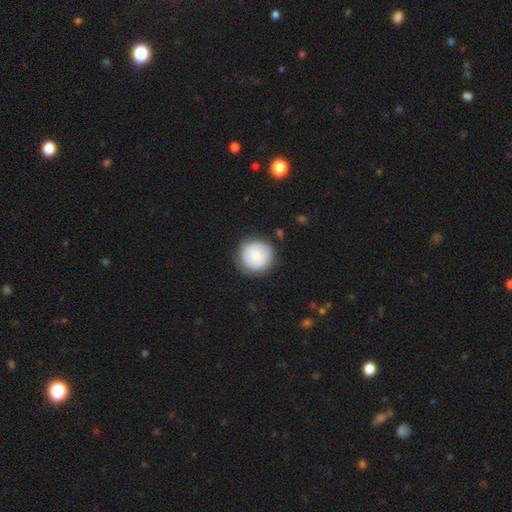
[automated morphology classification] smooth 72%, featured or disk 21%, star or artifact 6%. Down the decision tree: how rounded — round (94%); merging — none (81%).